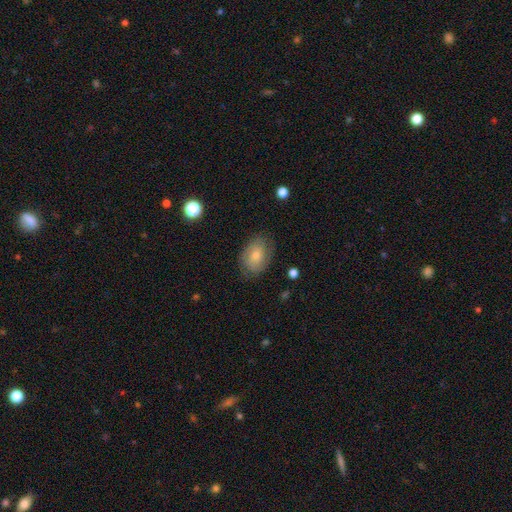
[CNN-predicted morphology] A smooth galaxy with no disk features (61%) that is in between round and cigar-shaped (74%). Merging: none (74%).